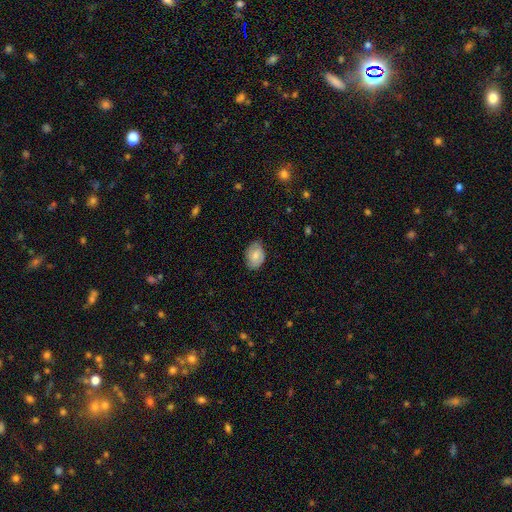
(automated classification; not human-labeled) Overall: smooth (59%; featured or disk 34%). How rounded: in between (77%). Merging: none (74%).